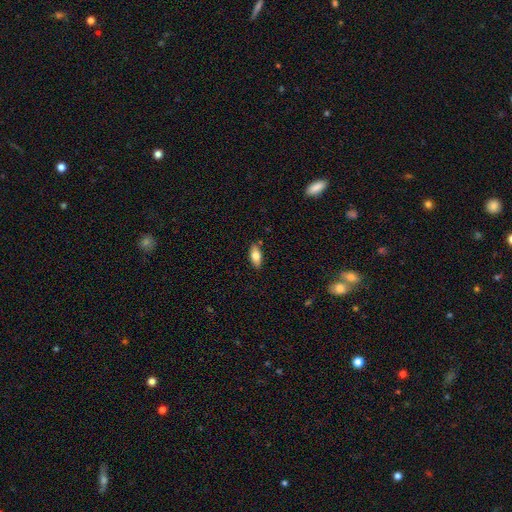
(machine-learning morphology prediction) Smooth or featured: smooth — 74% (featured or disk — 19%)
How rounded: in between — 84% (cigar-shaped — 13%)
Merging: none — 87% (minor disturbance — 10%)